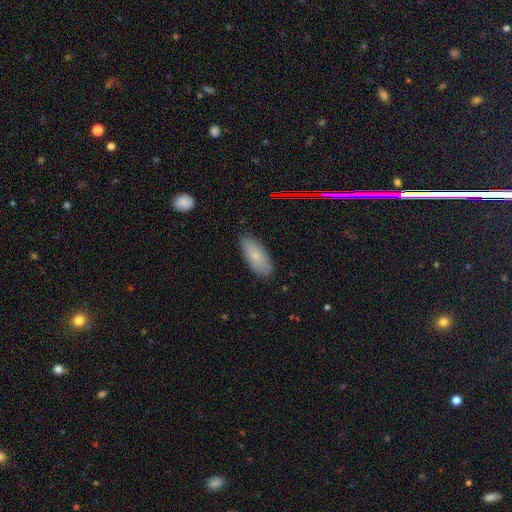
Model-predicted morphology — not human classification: smooth 76%, featured or disk 16%, star or artifact 9%. Down the decision tree: how rounded — in between (80%); merging — none (84%).